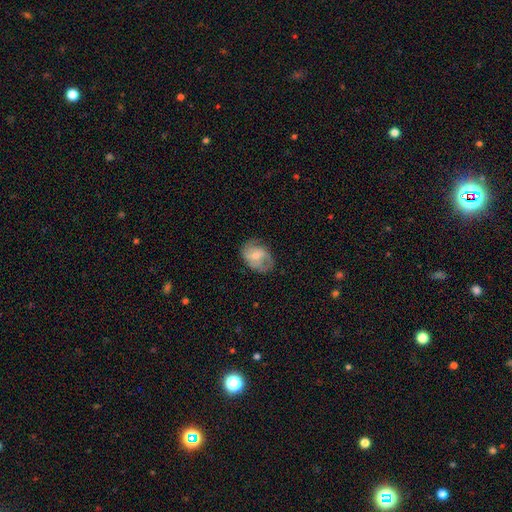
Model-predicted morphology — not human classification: Smooth or featured? Predicted: featured or disk (p=0.55). Edge-on disk? Predicted: no (p=0.97). Bar? Predicted: no (p=0.48). Spiral arms? Predicted: yes (p=0.81). Bulge size? Predicted: small (p=0.50). Merging? Predicted: none (p=0.61).